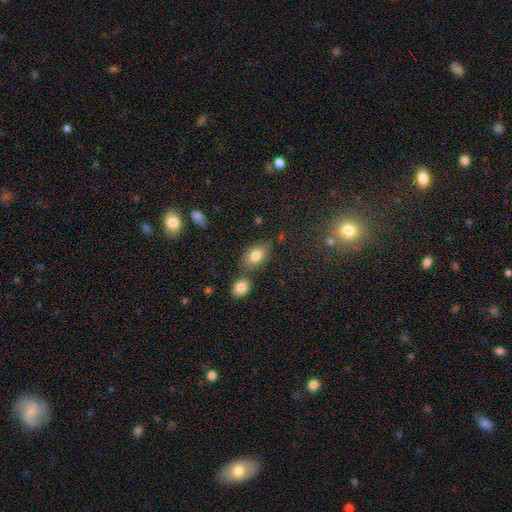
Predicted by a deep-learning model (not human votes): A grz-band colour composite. It shows a smooth galaxy with no disk features (79%) that is in between round and cigar-shaped (87%). Merging: none (65%).